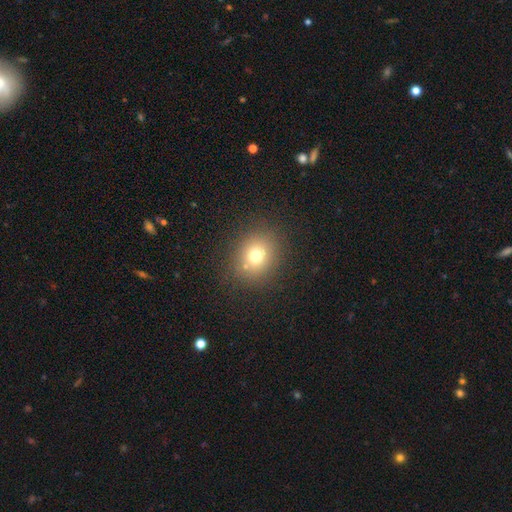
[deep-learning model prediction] Smooth or featured? Predicted: smooth (p=0.72). How rounded? Predicted: round (p=0.72). Merging? Predicted: none (p=0.83).